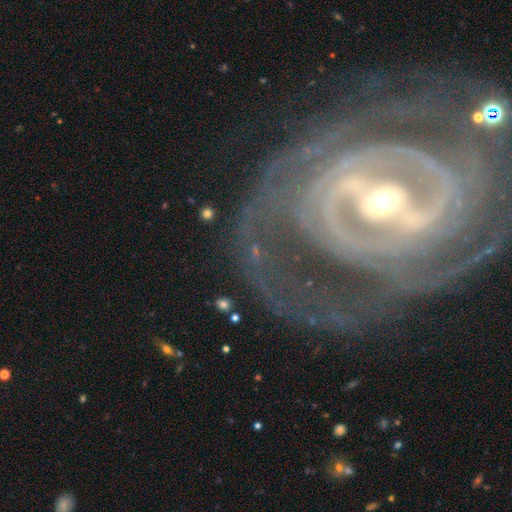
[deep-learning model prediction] smooth_or_featured: featured or disk (p=0.86) [alt: star or artifact p=0.07]
disk_edge_on: no (p=0.94) [alt: yes p=0.06]
bar: strong (p=0.53) [alt: weak p=0.27]
has_spiral_arms: yes (p=0.86) [alt: no p=0.14]
spiral_winding: tight (p=0.60) [alt: medium p=0.29]
spiral_arm_count: 2 (p=0.38) [alt: can't tell p=0.29]
bulge_size: small (p=0.46) [alt: moderate p=0.45]
merging: none (p=0.64) [alt: major disturbance p=0.18]